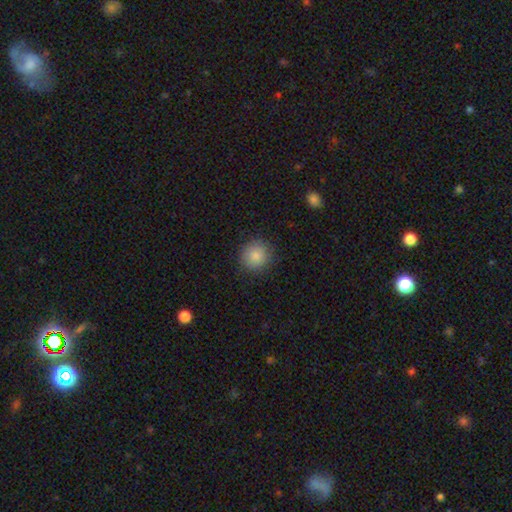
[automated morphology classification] Smooth or featured?
  - smooth: 86% *
  - star or artifact: 9%
  - featured or disk: 5%
How rounded?
  - round: 91% *
  - in between: 8%
  - cigar-shaped: 1%
Merging?
  - none: 88% *
  - minor disturbance: 8%
  - major disturbance: 3%
  - merger: 1%